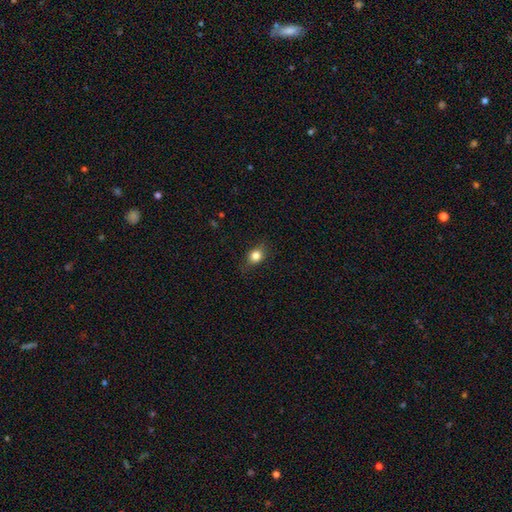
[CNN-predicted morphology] smooth_or_featured: smooth (p=0.81) [alt: star or artifact p=0.10]
how_rounded: in between (p=0.50) [alt: round p=0.48]
merging: none (p=0.79) [alt: minor disturbance p=0.16]